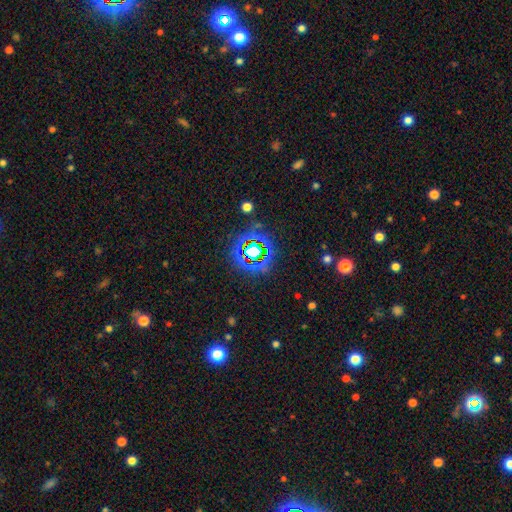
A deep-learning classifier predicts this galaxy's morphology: smooth-or-featured: star or artifact: 75% | smooth: 16% | featured or disk: 9%